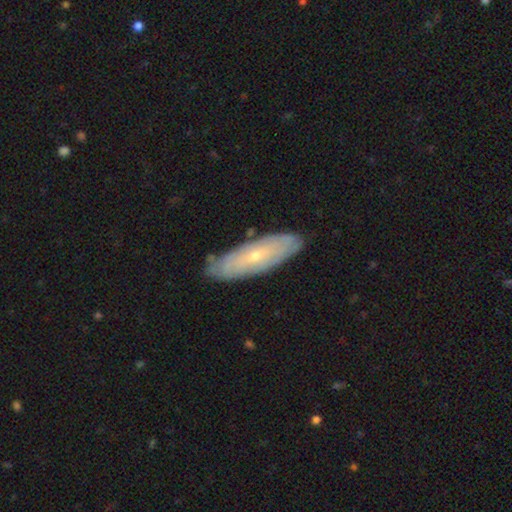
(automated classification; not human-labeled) This appears to be a featured or disk galaxy (58%). Merging: none (82%).